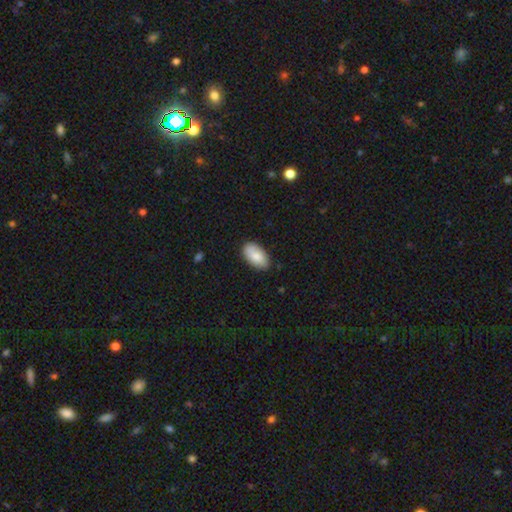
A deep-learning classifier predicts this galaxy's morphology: Overall: smooth (85%). How rounded: in between (95%). Merging: none (84%).